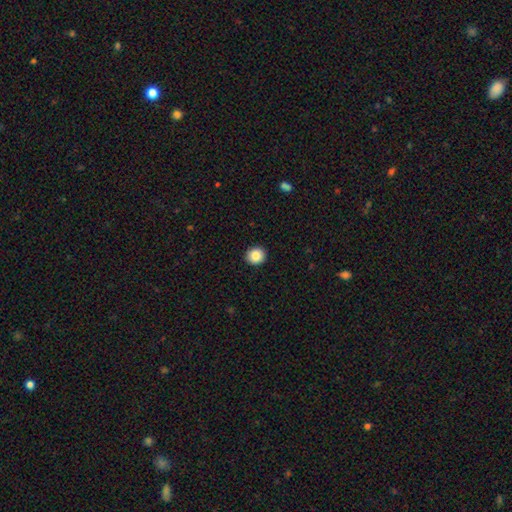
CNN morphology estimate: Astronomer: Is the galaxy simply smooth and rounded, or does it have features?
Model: smooth — 87%.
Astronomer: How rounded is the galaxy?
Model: round — 86%.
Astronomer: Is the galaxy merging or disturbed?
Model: none — 92%.